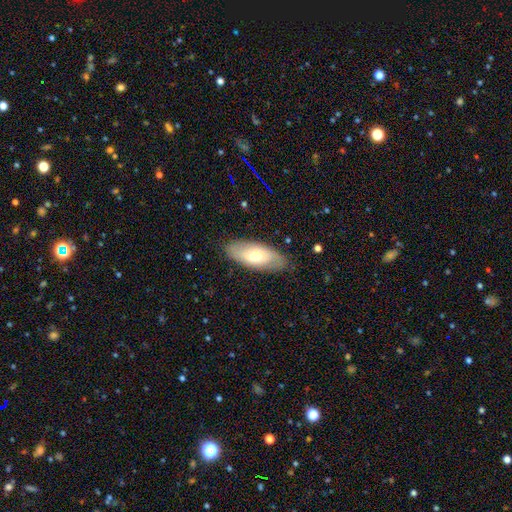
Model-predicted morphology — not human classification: This is possibly a smooth galaxy (59%). How rounded: clearly in between (84%). Merging: clearly none (84%).